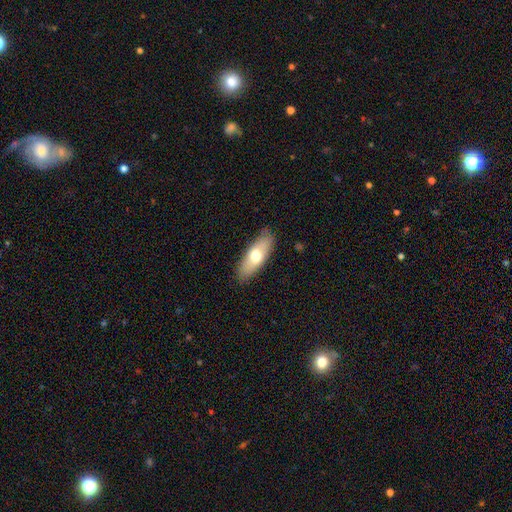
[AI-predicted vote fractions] Morphology: type=smooth (66%); roundness=in between (68%); merging=none (85%).